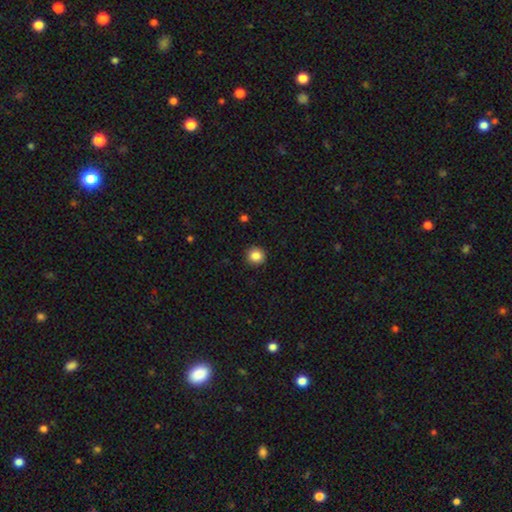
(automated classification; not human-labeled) Smooth or featured? Predicted: smooth (p=0.86). How rounded? Predicted: round (p=0.94). Merging? Predicted: none (p=0.93).